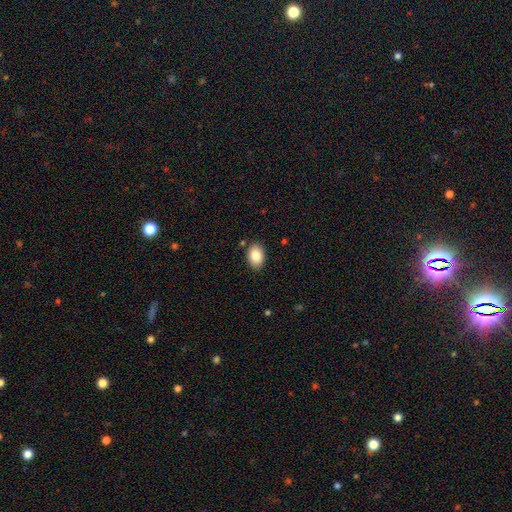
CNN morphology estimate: Q: Smooth or featured?
A: smooth (86%); runner-up: star or artifact (7%)
Q: How rounded?
A: in between (86%); runner-up: round (13%)
Q: Merging?
A: none (87%); runner-up: minor disturbance (9%)